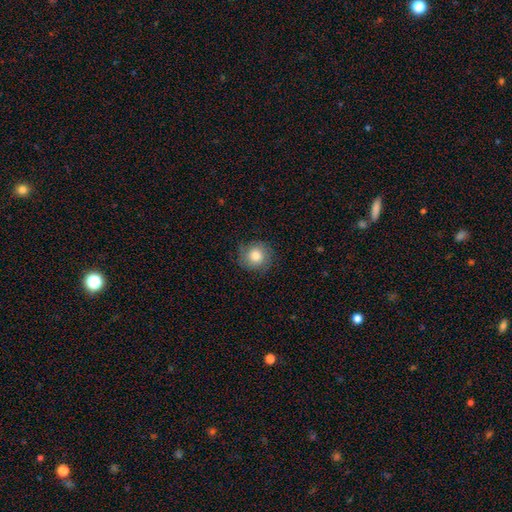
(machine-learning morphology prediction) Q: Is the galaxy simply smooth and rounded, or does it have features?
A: smooth — 78%.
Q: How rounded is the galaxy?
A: round — 90%.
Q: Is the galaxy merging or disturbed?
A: none — 78%.